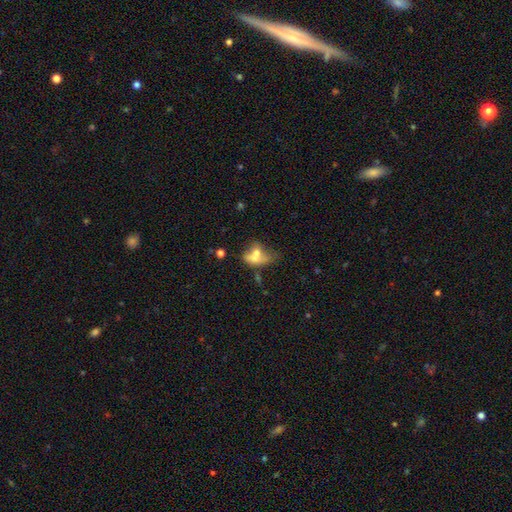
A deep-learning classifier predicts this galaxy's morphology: A smooth galaxy with no disk features (59%) that is in between round and cigar-shaped (70%).

Vote fractions:
- Smooth or featured? smooth: 59% / featured or disk: 29% / star or artifact: 11%
- How rounded? in between: 70% / round: 23% / cigar-shaped: 6%
- Merging? merger: 48% / none: 21% / major disturbance: 17% / minor disturbance: 14%